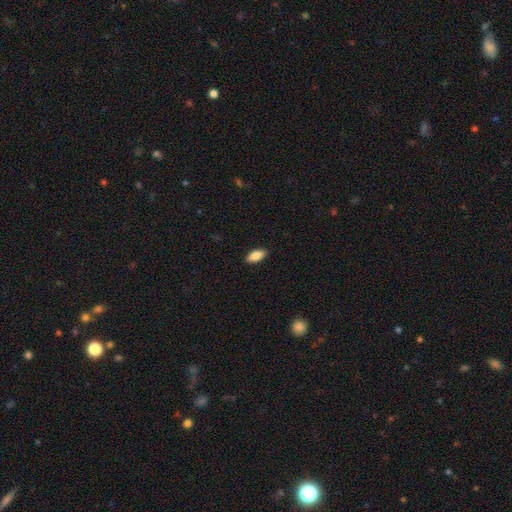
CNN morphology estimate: smooth-or-featured: smooth: 83% | featured or disk: 11% | star or artifact: 6%
  how-rounded: in between: 86% | cigar-shaped: 12% | round: 2%
  merging: none: 90% | minor disturbance: 7% | major disturbance: 2% | merger: 1%